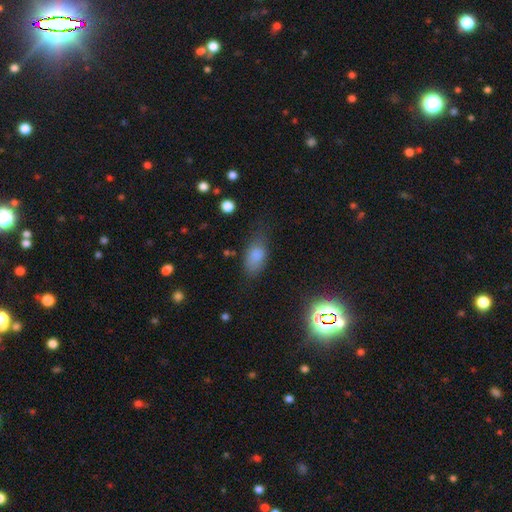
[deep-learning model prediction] Smooth or featured? smooth (81%)
How rounded? in between (88%)
Merging? none (59%)